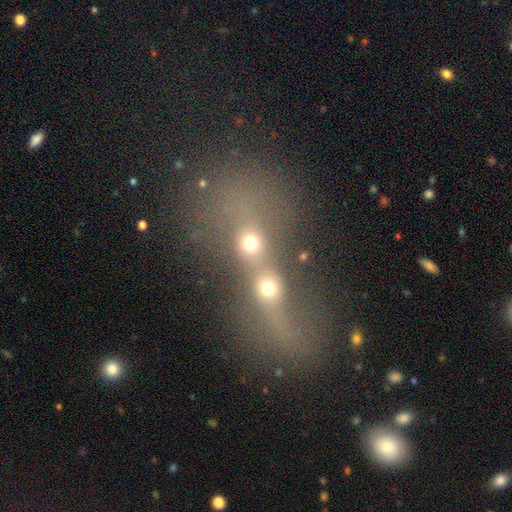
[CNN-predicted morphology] A smooth galaxy with no disk features (42%).

Vote fractions:
- Smooth or featured? smooth: 42% / featured or disk: 30% / star or artifact: 28%
- Merging? merger: 80% / none: 11% / major disturbance: 5% / minor disturbance: 4%